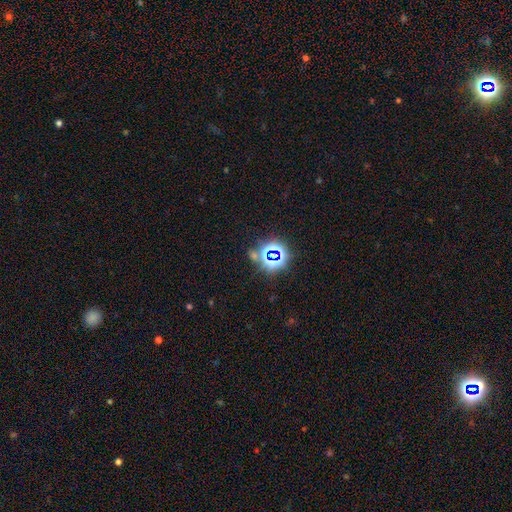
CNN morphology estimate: star or artifact 76%, smooth 15%, featured or disk 8%.